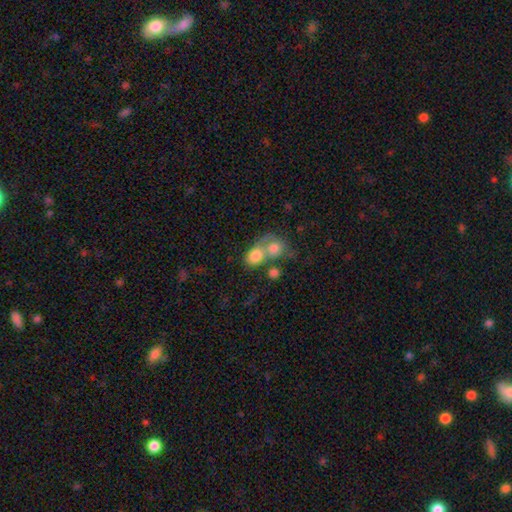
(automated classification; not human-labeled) Q: Smooth or featured?
A: smooth (76%); runner-up: featured or disk (15%)
Q: How rounded?
A: in between (53%); runner-up: round (45%)
Q: Merging?
A: merger (63%); runner-up: none (23%)